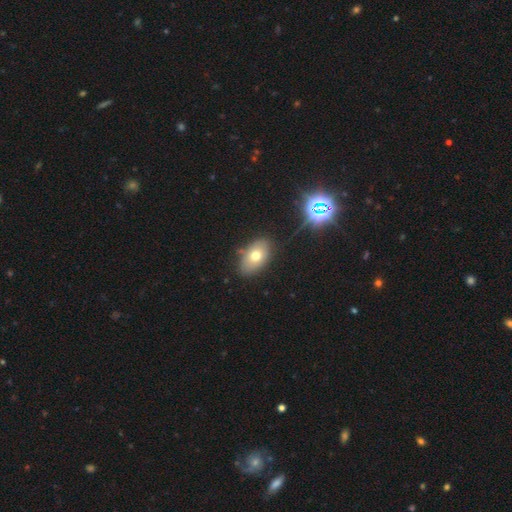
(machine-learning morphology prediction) Overall: smooth (68%). How rounded: in between (89%). Merging: none (80%).